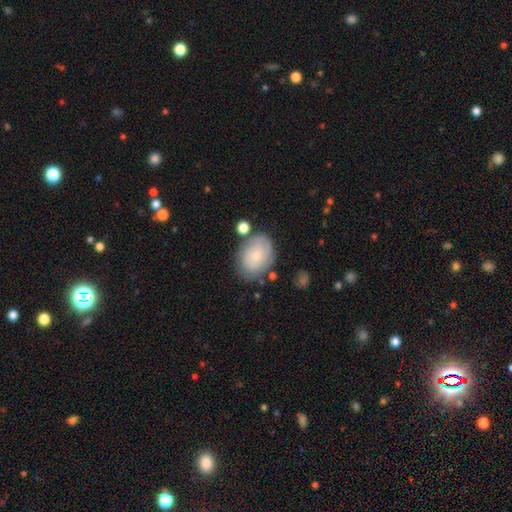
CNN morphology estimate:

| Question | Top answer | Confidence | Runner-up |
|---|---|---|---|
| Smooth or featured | featured or disk | 50% | smooth (43%) |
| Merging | none | 68% | minor disturbance (20%) |